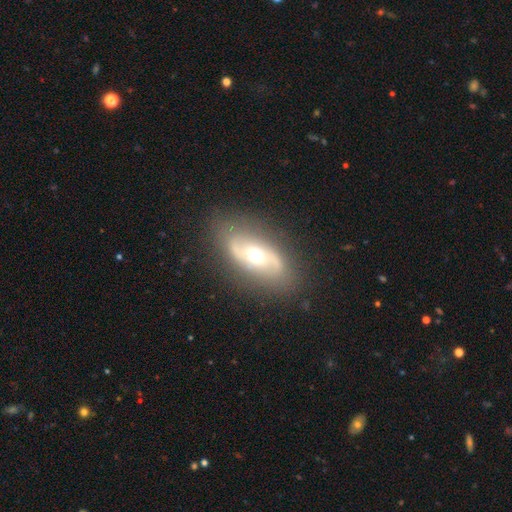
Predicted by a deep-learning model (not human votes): A featured or disk galaxy (73%) with no bar (57%), 2 (87%) loose (46%) spiral arms (78%) and a moderate central bulge (72%).

Vote fractions:
- Smooth or featured? featured or disk: 73% / smooth: 21% / star or artifact: 7%
- Edge-on disk? no: 91% / yes: 9%
- Bar? no: 57% / weak: 29% / strong: 14%
- Spiral arms? yes: 78% / no: 22%
- Spiral winding? loose: 46% / medium: 37% / tight: 17%
- Spiral arm count? 2: 87% / can't tell: 7% / 1: 3% / 3: 1% / 4: 1% / more than 4: 1%
- Bulge size? moderate: 72% / small: 15% / large: 11% / dominant: 1% / none: 1%
- Merging? none: 82% / minor disturbance: 12% / major disturbance: 5% / merger: 1%